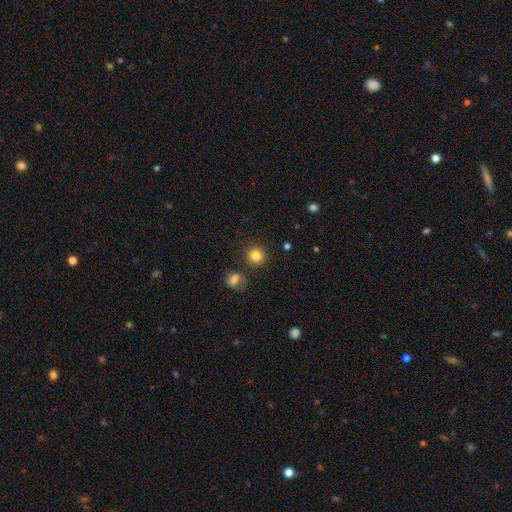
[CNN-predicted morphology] type=smooth (83%); roundness=round (91%); merging=none (85%).